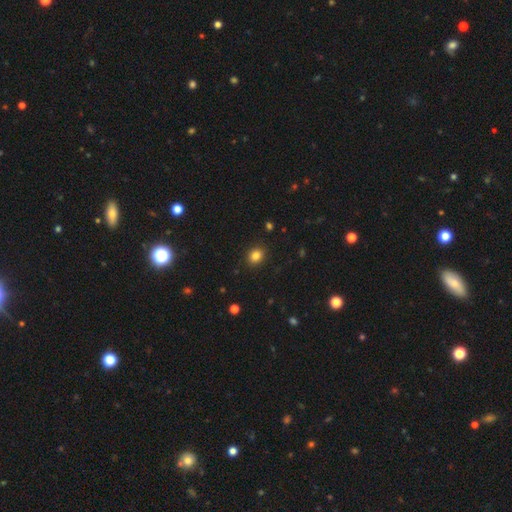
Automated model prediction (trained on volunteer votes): smooth_or_featured: smooth (p=0.84) [alt: star or artifact p=0.11]
how_rounded: round (p=0.58) [alt: in between p=0.41]
merging: none (p=0.90) [alt: minor disturbance p=0.07]